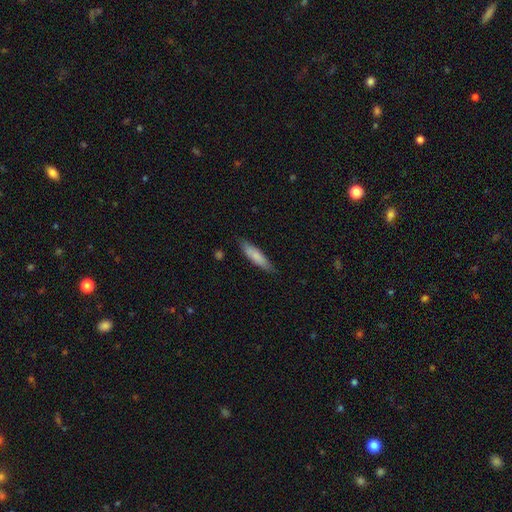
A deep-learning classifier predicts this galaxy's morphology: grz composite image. It shows a smooth galaxy with no disk features (77%) that is cigar-shaped (76%). Merging: none (82%).